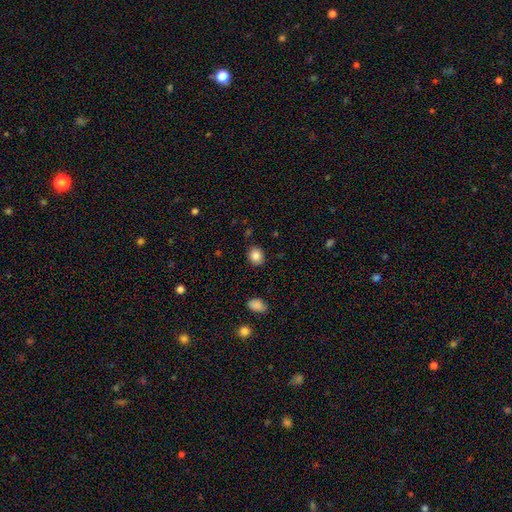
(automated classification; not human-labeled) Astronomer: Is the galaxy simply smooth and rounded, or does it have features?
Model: smooth — 85%.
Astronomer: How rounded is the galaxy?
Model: round — 57% (runner-up: in between, 42%).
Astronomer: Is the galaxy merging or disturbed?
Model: none — 87%.